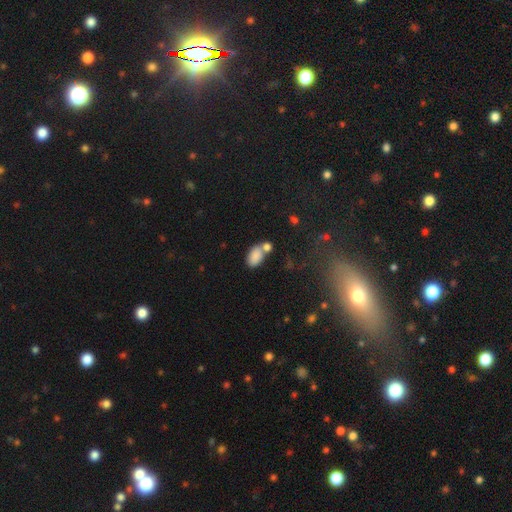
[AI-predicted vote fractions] This is clearly a smooth galaxy (84%). How rounded: clearly in between (92%). Merging: marginally none (45%).